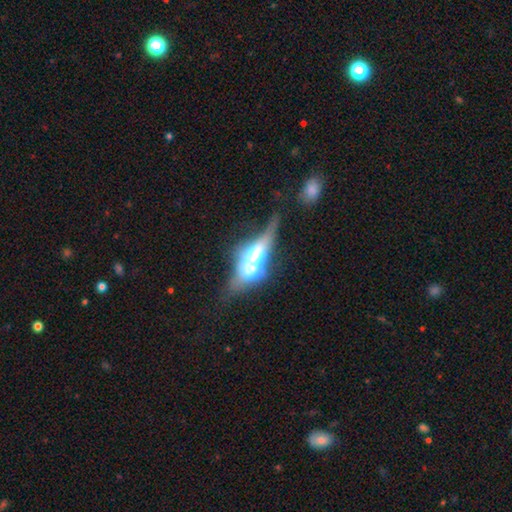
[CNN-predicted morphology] Smooth or featured? Predicted: featured or disk (p=0.51). Edge-on disk? Predicted: yes (p=0.53). Merging? Predicted: merger (p=0.72).